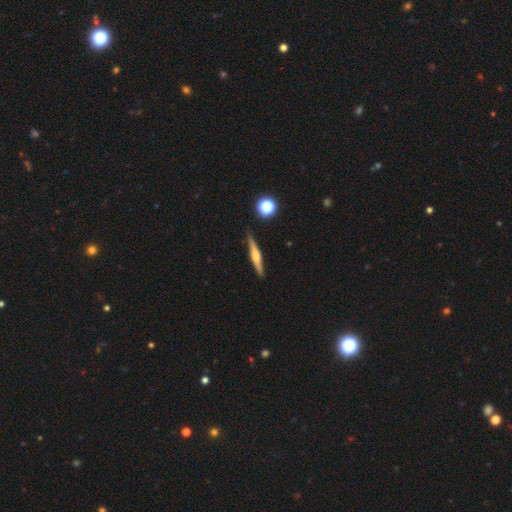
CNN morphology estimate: Smooth or featured: featured or disk — 61% (smooth — 32%)
Edge-on disk: yes — 97% (no — 3%)
Edge-on bulge: rounded — 83% (boxy — 9%)
Merging: none — 88% (minor disturbance — 9%)